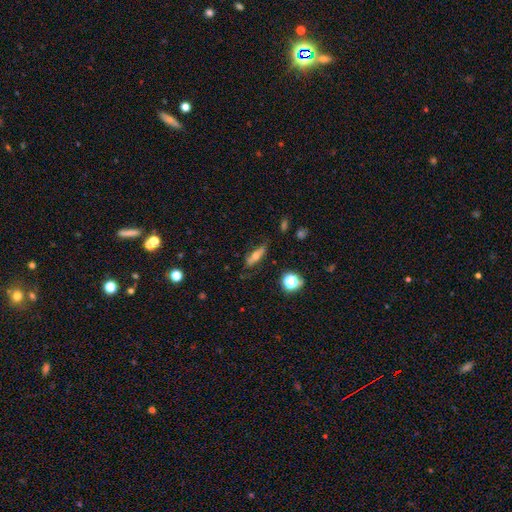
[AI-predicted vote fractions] Smooth or featured?
  - smooth: 49% *
  - featured or disk: 40%
  - star or artifact: 12%
Merging?
  - none: 72% *
  - minor disturbance: 19%
  - major disturbance: 6%
  - merger: 3%